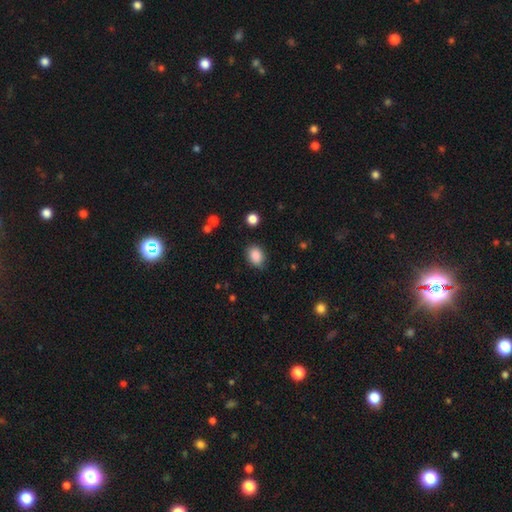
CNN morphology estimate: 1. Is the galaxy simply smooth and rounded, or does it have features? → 87% smooth, 8% star or artifact, 4% featured or disk.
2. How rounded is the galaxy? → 70% in between, 28% round, 1% cigar-shaped.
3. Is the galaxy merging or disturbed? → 82% none, 14% minor disturbance, 3% major disturbance, 2% merger.